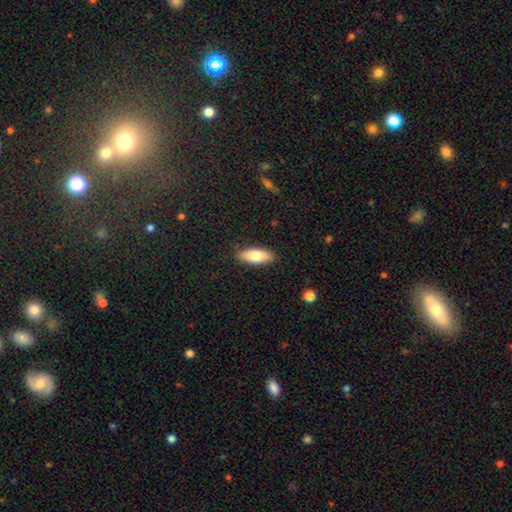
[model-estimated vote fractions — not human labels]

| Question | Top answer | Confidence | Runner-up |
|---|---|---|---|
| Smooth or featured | smooth | 77% | featured or disk (17%) |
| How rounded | in between | 76% | cigar-shaped (22%) |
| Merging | none | 88% | minor disturbance (9%) |